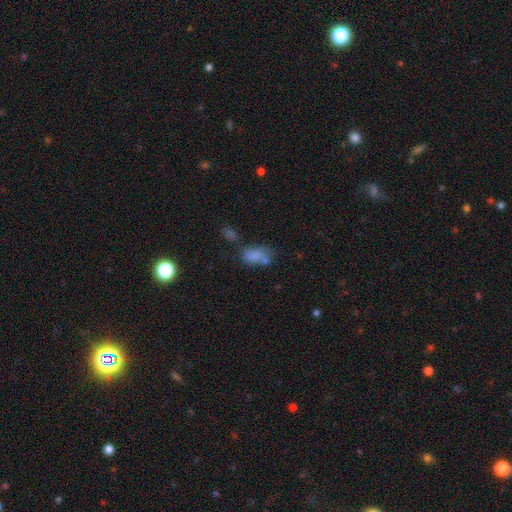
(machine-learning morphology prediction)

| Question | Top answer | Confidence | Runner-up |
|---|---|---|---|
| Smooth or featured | smooth | 72% | featured or disk (14%) |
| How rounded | in between | 86% | round (11%) |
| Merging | merger | 36% | none (31%) |